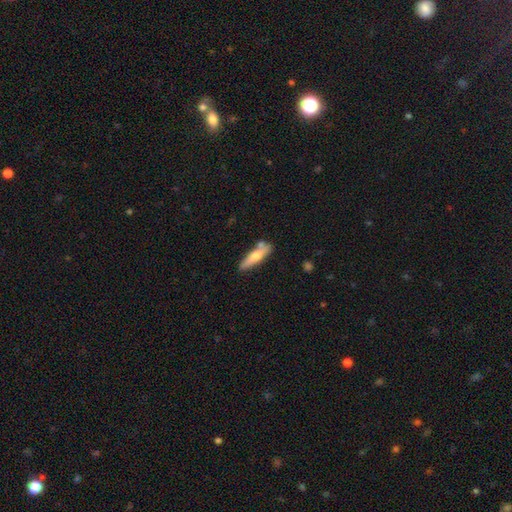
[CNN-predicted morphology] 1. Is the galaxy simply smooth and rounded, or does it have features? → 57% smooth, 37% featured or disk, 6% star or artifact.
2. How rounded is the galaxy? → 74% cigar-shaped, 24% in between, 2% round.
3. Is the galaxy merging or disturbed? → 69% none, 16% minor disturbance, 11% merger, 4% major disturbance.